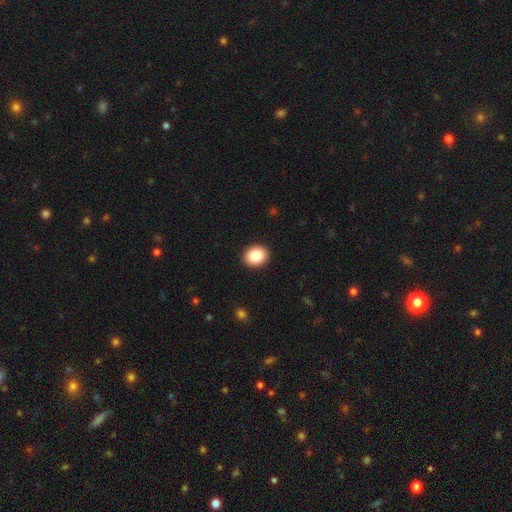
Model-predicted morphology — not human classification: Smooth or featured: smooth — 88% (star or artifact — 8%)
How rounded: round — 62% (in between — 37%)
Merging: none — 91% (minor disturbance — 6%)